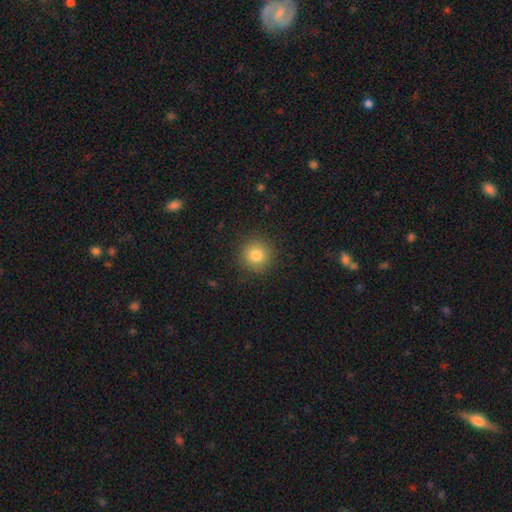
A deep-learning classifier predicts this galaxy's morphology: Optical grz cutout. It shows a smooth galaxy with no disk features (82%) that is round (94%). Merging: none (90%).